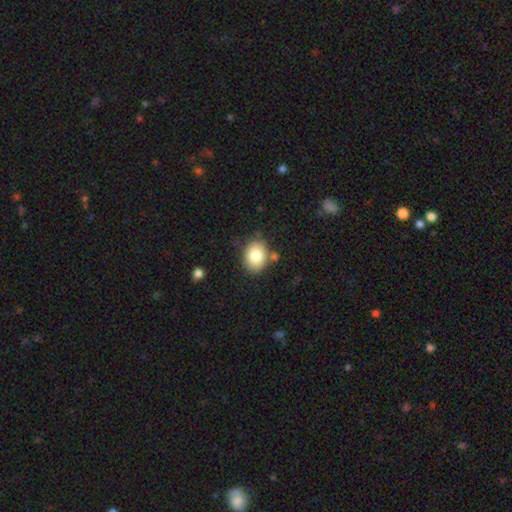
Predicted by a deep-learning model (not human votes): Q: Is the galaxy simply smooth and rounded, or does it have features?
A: smooth — 83%.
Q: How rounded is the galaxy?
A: in between — 65%.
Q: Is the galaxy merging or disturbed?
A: none — 76%.